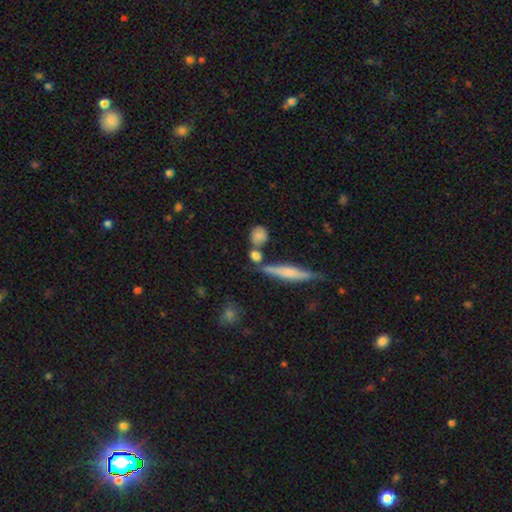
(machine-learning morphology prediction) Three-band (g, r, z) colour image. It shows a smooth galaxy with no disk features (75%) that is round (56%). Merging: none (61%).